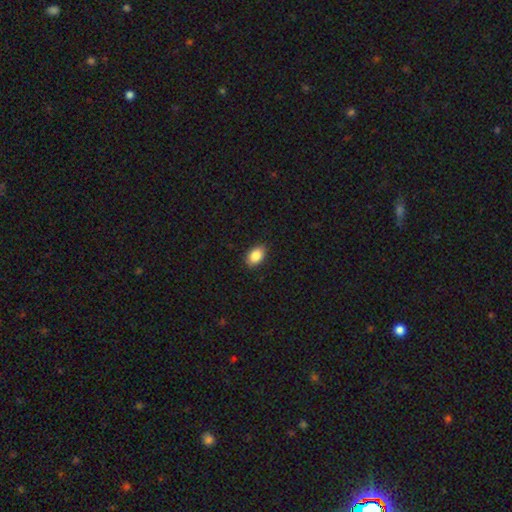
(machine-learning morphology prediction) Smooth or featured: smooth — 88% (star or artifact — 8%)
How rounded: in between — 88% (round — 11%)
Merging: none — 89% (minor disturbance — 8%)